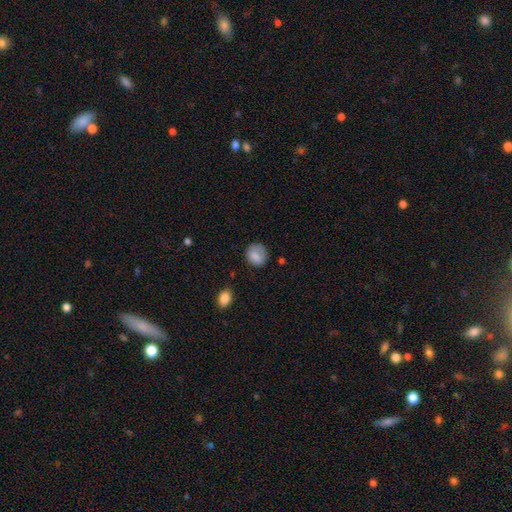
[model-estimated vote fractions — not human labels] The model was most divided on "how rounded": round: 73%, in between: 26%, cigar-shaped: 1%. More confident: smooth or featured — smooth (81%); merging — none (69%).